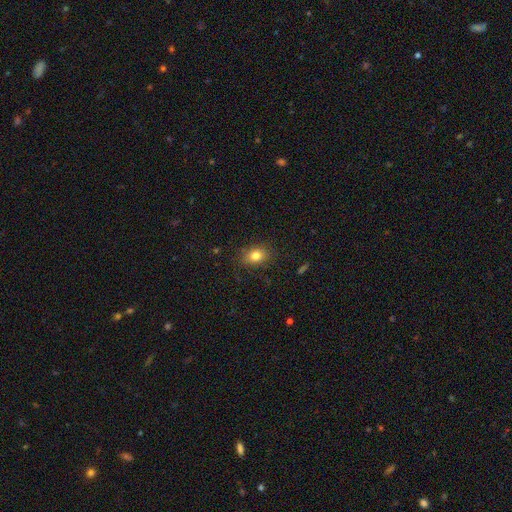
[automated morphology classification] Q: Smooth or featured?
A: smooth (80%); runner-up: star or artifact (11%)
Q: How rounded?
A: in between (68%); runner-up: round (31%)
Q: Merging?
A: none (83%); runner-up: minor disturbance (13%)